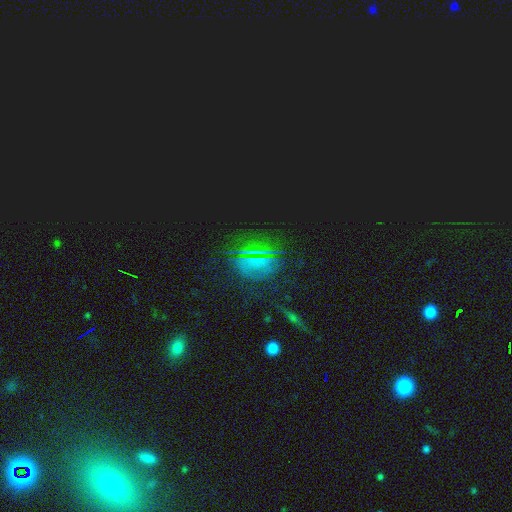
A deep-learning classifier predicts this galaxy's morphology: This is likely a star or artifact rather than a galaxy (64%).